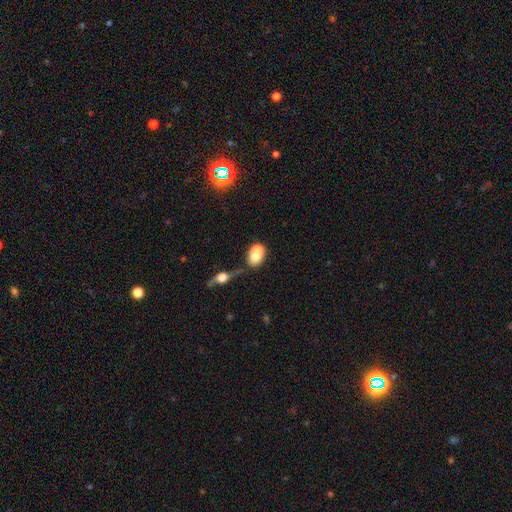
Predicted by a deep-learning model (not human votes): smooth-or-featured: smooth: 64% | featured or disk: 25% | star or artifact: 11%
  how-rounded: in between: 58% | round: 39% | cigar-shaped: 3%
  merging: merger: 59% | none: 25% | minor disturbance: 9% | major disturbance: 7%